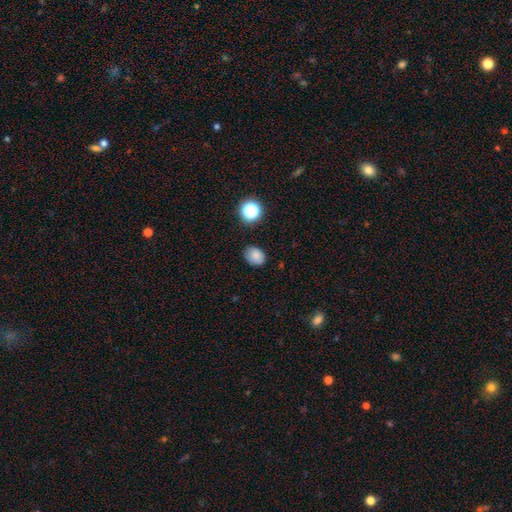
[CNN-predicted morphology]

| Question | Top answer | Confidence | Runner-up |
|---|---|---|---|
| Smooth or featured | smooth | 83% | star or artifact (12%) |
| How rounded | in between | 60% | round (39%) |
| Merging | none | 81% | minor disturbance (14%) |